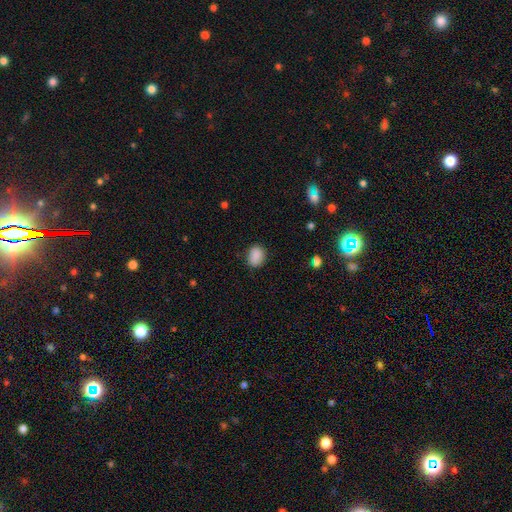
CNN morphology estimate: A smooth galaxy with no disk features (87%) that is in between round and cigar-shaped (55%). Merging: none (80%).